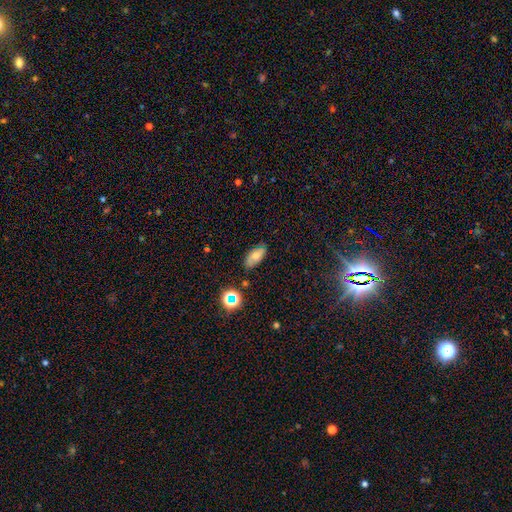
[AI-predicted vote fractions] smooth_or_featured: smooth (p=0.61) [alt: featured or disk p=0.25]
how_rounded: in between (p=0.89) [alt: cigar-shaped p=0.06]
merging: none (p=0.77) [alt: minor disturbance p=0.18]